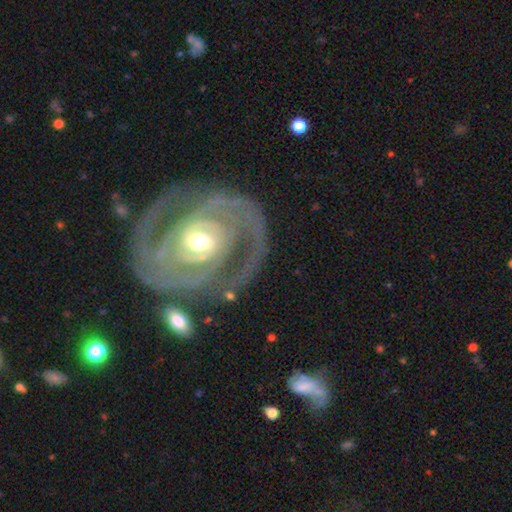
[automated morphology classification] Overall: featured or disk (91%). Edge-on disk: no (97%). Bar: no (43%; weak 34%). Spiral arms: yes (97%). Spiral arm count: 2 (74%). Spiral winding: tight (67%; medium 28%). Bulge size: moderate (61%; small 32%). Merging: none (74%).